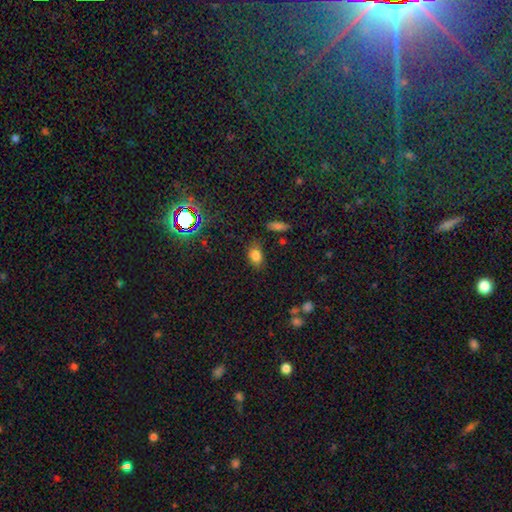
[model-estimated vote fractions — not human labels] Smooth or featured? smooth (79%)
How rounded? in between (82%)
Merging? none (79%)